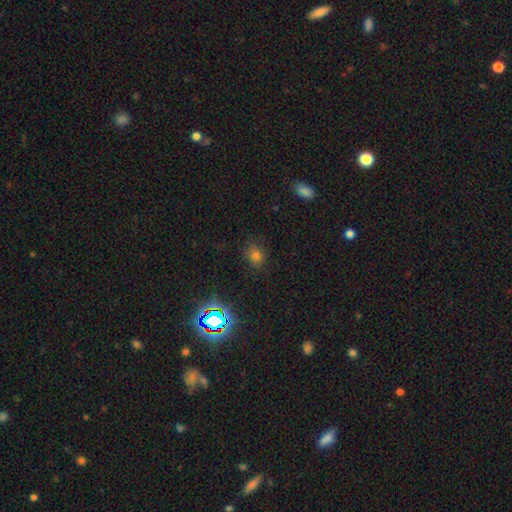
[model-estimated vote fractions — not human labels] A smooth galaxy with no disk features (68%) that is round (61%). Merging: none (83%).